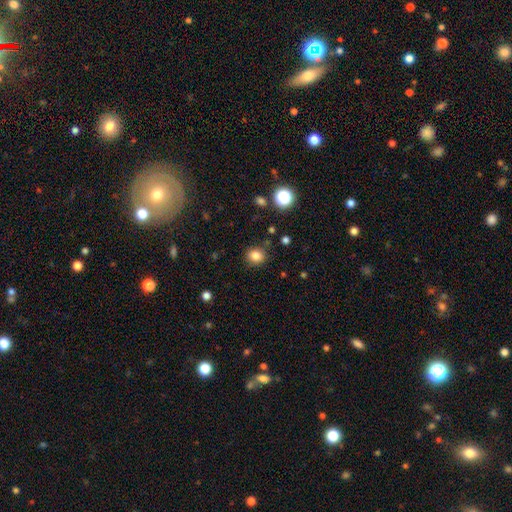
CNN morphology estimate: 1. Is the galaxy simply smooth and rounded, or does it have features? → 83% smooth, 12% star or artifact, 5% featured or disk.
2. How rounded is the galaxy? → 77% round, 22% in between, 1% cigar-shaped.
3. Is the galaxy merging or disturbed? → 86% none, 9% minor disturbance, 3% major disturbance, 2% merger.